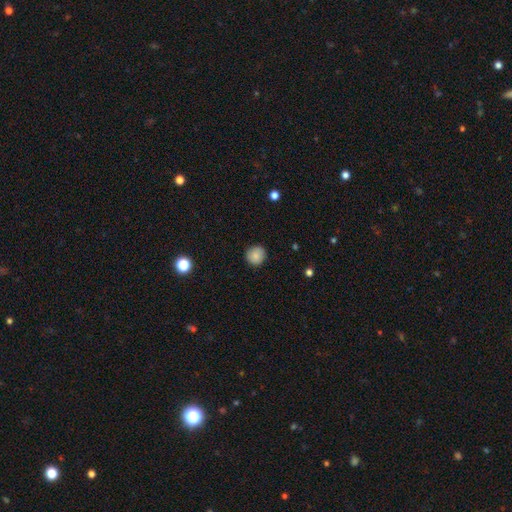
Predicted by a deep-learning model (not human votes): A smooth galaxy with no disk features (83%) that is round (92%). Merging: none (89%).